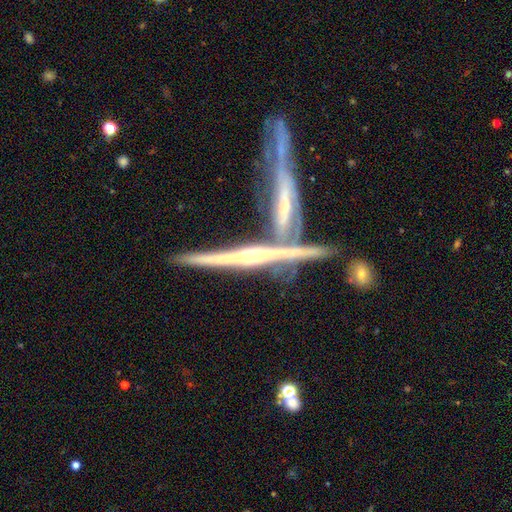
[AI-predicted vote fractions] This appears to be a featured or disk galaxy (77%) viewed edge-on (92%) with a rounded central bulge (58%). Merging: none (53%).